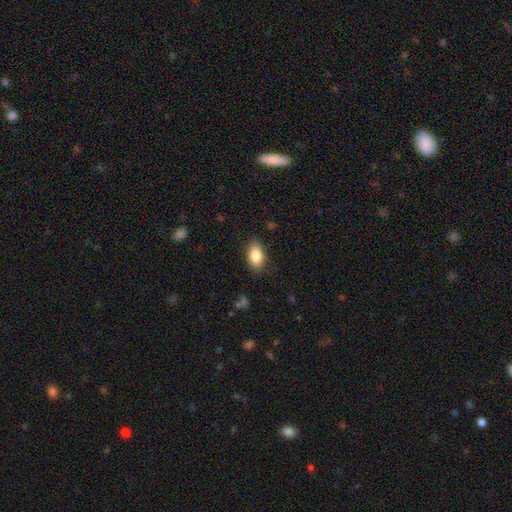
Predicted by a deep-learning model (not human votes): Smooth or featured?
  - smooth: 84% *
  - featured or disk: 8%
  - star or artifact: 7%
How rounded?
  - in between: 90% *
  - round: 7%
  - cigar-shaped: 3%
Merging?
  - none: 86% *
  - minor disturbance: 11%
  - major disturbance: 3%
  - merger: 1%